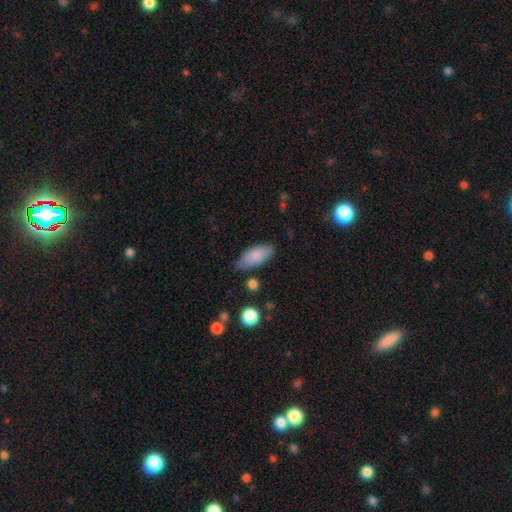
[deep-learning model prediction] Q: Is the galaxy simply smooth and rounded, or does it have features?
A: smooth — 84%.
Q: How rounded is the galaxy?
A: in between — 85%.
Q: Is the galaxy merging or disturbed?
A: none — 72%.